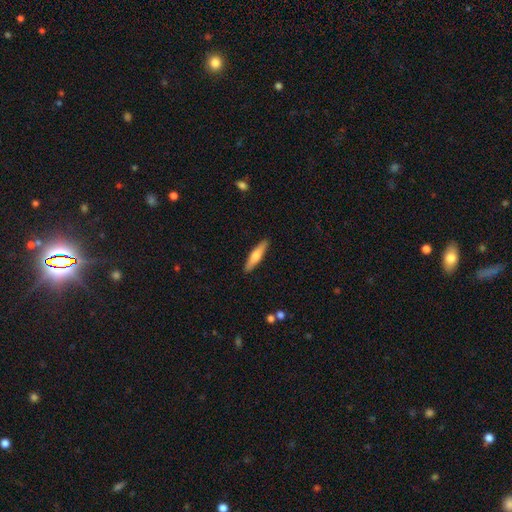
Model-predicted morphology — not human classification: The model was most divided on "smooth or featured": smooth: 64%, featured or disk: 31%, star or artifact: 5%. More confident: merging — none (90%); how rounded — cigar-shaped (81%).